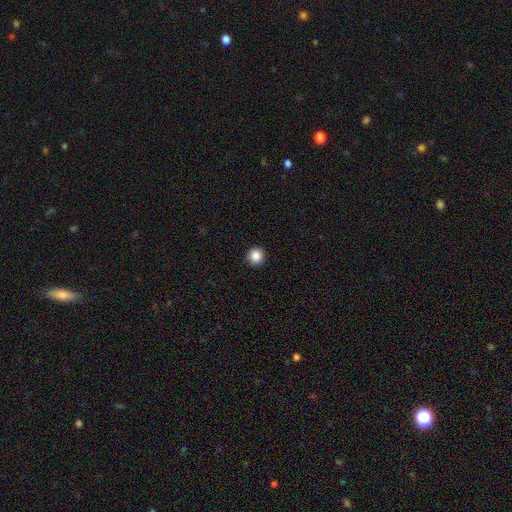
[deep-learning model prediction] Smooth or featured: smooth — 87% (star or artifact — 10%)
How rounded: round — 95% (in between — 4%)
Merging: none — 93% (minor disturbance — 4%)